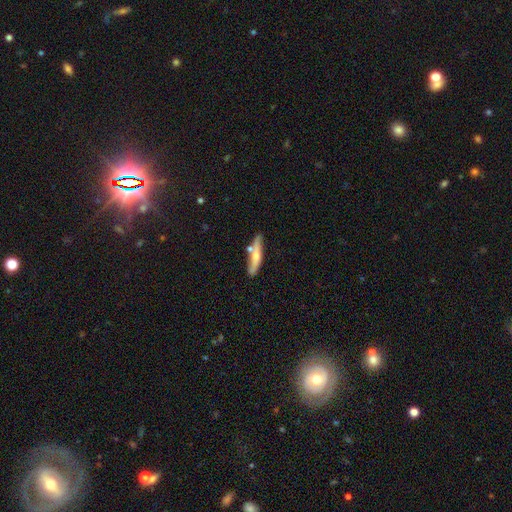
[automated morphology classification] smooth-or-featured: smooth: 53% | featured or disk: 41% | star or artifact: 6%
  how-rounded: cigar-shaped: 81% | in between: 17% | round: 2%
  merging: none: 65% | minor disturbance: 18% | merger: 13% | major disturbance: 4%